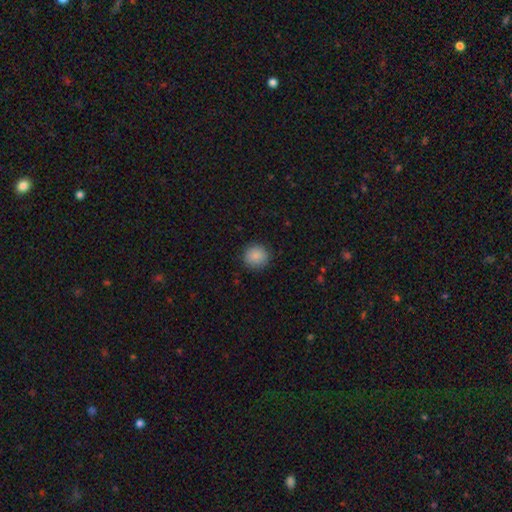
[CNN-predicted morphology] Smooth or featured? Predicted: smooth (p=0.88). How rounded? Predicted: round (p=0.91). Merging? Predicted: none (p=0.89).